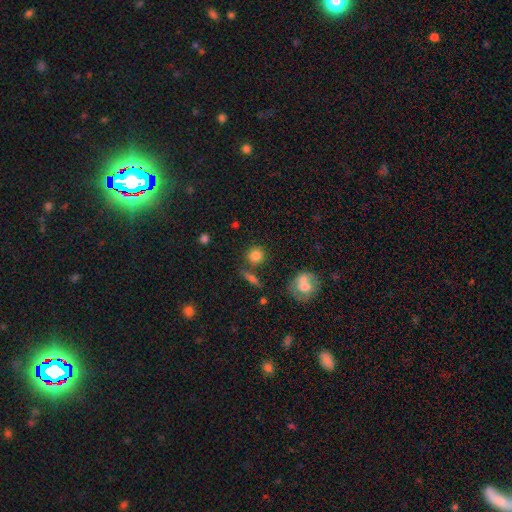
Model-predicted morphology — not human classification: Smooth or featured?
  - smooth: 81% *
  - star or artifact: 11%
  - featured or disk: 8%
How rounded?
  - round: 85% *
  - in between: 13%
  - cigar-shaped: 2%
Merging?
  - none: 73% *
  - merger: 12%
  - minor disturbance: 11%
  - major disturbance: 4%